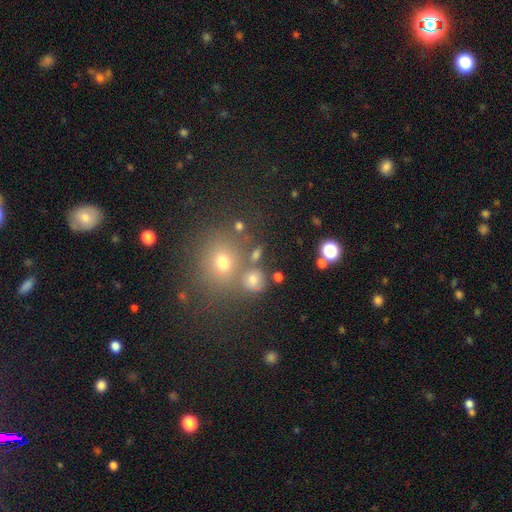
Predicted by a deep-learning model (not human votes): Overall: smooth (62%; star or artifact 27%). How rounded: round (78%). Merging: none (66%).